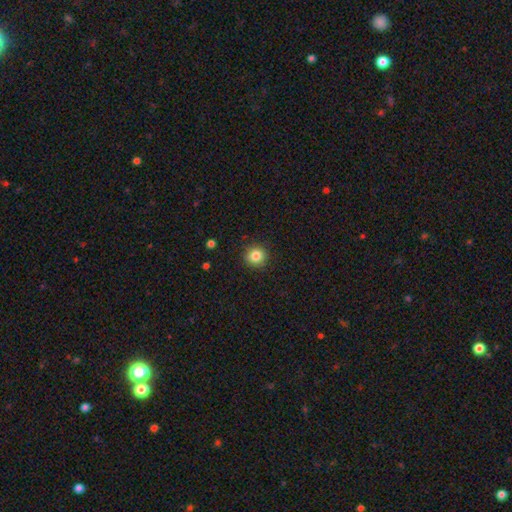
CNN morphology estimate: The model was most divided on "smooth or featured": smooth: 84%, star or artifact: 11%, featured or disk: 5%. More confident: how rounded — round (93%); merging — none (90%).